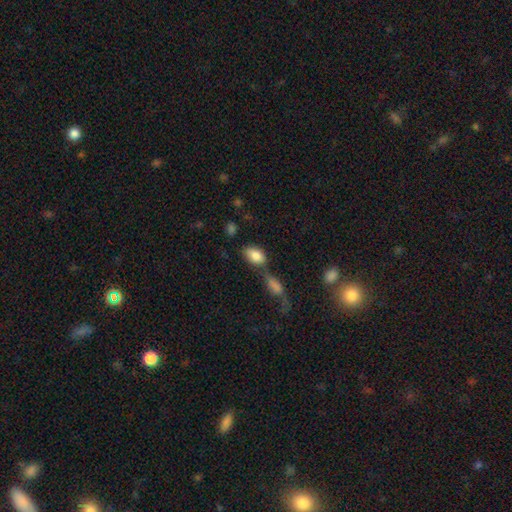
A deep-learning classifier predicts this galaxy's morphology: The model was most divided on "merging": none: 46%, merger: 33%, minor disturbance: 14%, major disturbance: 7%. More confident: how rounded — in between (91%); smooth or featured — smooth (84%).